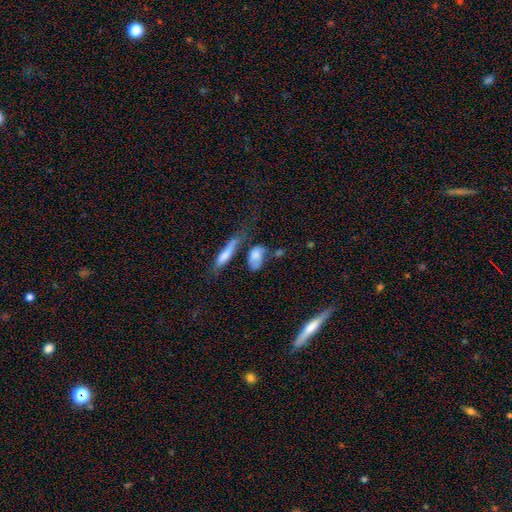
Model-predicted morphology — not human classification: A smooth galaxy with no disk features (75%) that is in between round and cigar-shaped (77%).

Vote fractions:
- Smooth or featured? smooth: 75% / featured or disk: 17% / star or artifact: 8%
- How rounded? in between: 77% / cigar-shaped: 14% / round: 9%
- Merging? none: 36% / merger: 27% / minor disturbance: 20% / major disturbance: 16%